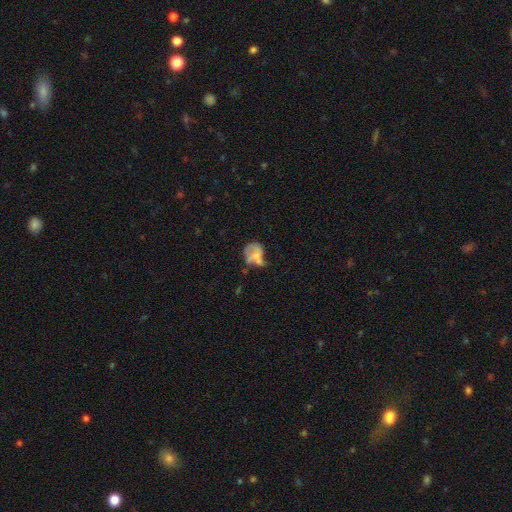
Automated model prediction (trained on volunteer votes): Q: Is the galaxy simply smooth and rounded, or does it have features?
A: smooth — 51%.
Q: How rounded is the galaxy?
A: in between — 52%.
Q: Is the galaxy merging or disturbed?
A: major disturbance — 28%.